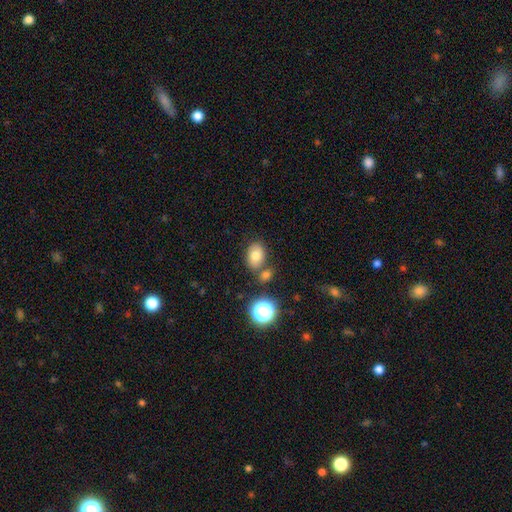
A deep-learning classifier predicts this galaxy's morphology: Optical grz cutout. It shows a smooth galaxy with no disk features (77%) that is in between round and cigar-shaped (76%). Merging: none (70%).